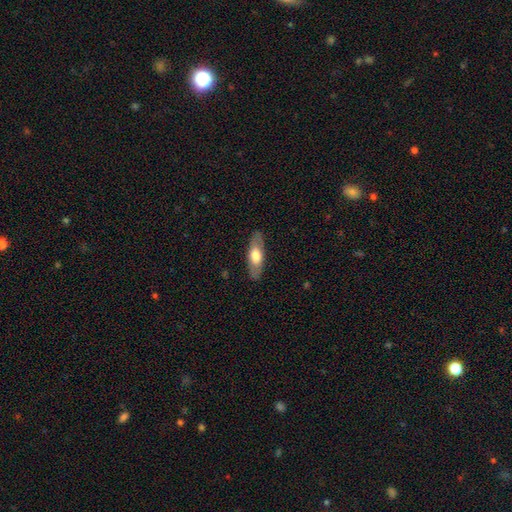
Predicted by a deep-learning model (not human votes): A smooth galaxy with no disk features (58%) that is in between round and cigar-shaped (66%). Merging: none (86%).